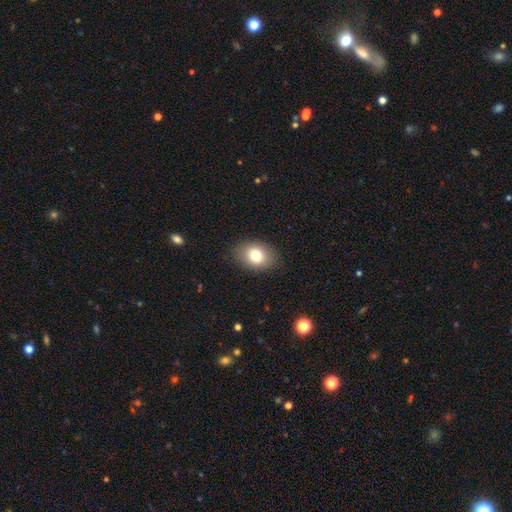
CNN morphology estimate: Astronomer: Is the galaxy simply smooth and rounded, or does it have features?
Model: smooth — 78%.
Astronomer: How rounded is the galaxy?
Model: in between — 75%.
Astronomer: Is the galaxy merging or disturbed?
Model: none — 87%.